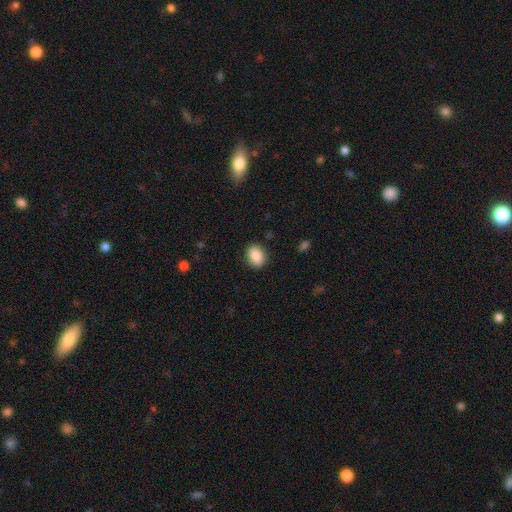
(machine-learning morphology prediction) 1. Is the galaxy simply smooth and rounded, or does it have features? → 86% smooth, 8% star or artifact, 6% featured or disk.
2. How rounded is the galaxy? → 58% in between, 41% round, 1% cigar-shaped.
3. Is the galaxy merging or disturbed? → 88% none, 8% minor disturbance, 2% major disturbance, 1% merger.